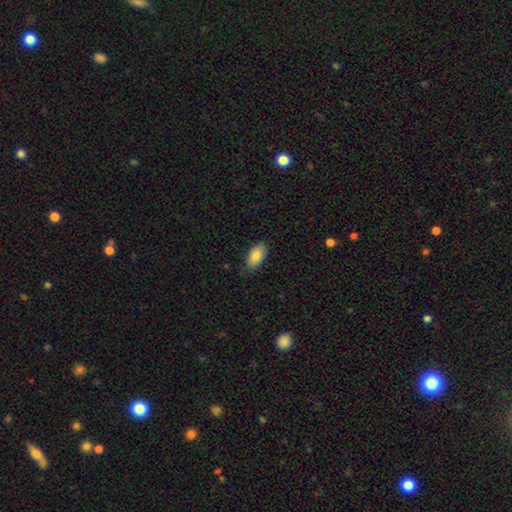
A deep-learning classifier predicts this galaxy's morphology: The model was most divided on "merging": none: 79%, minor disturbance: 17%, major disturbance: 3%, merger: 1%. More confident: how rounded — in between (93%); smooth or featured — smooth (84%).